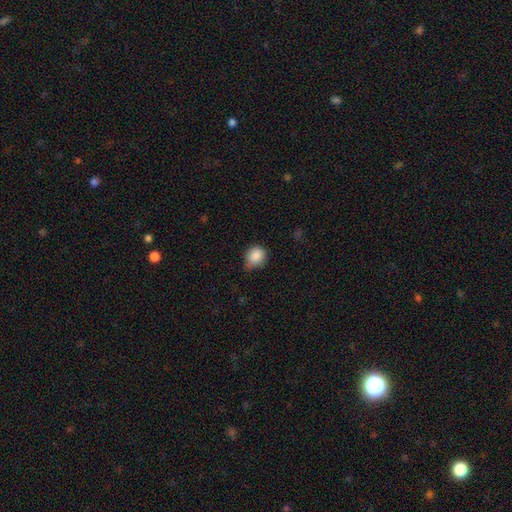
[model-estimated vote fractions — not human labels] Smooth or featured?
  - smooth: 87% *
  - star or artifact: 9%
  - featured or disk: 4%
How rounded?
  - round: 74% *
  - in between: 25%
  - cigar-shaped: 1%
Merging?
  - none: 54% *
  - minor disturbance: 38%
  - major disturbance: 7%
  - merger: 2%